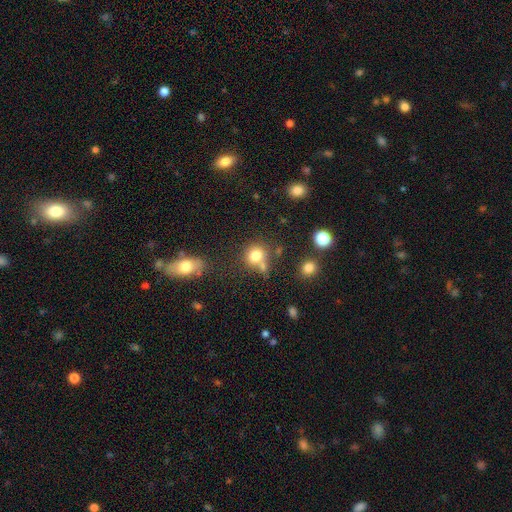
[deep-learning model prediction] smooth 78%, star or artifact 13%, featured or disk 9%. Down the decision tree: how rounded — round (81%); merging — none (58%).